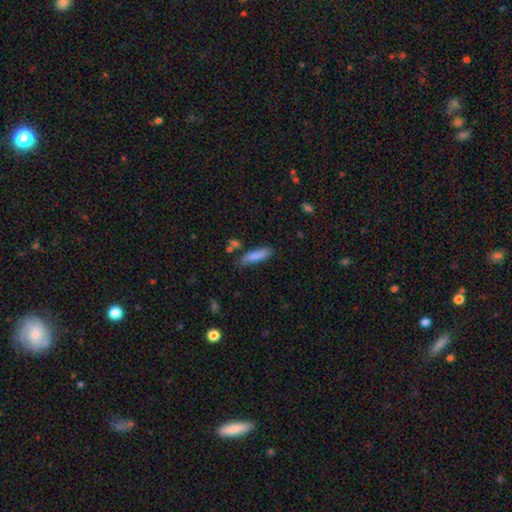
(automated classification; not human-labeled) Smooth or featured?
  - smooth: 82% *
  - featured or disk: 12%
  - star or artifact: 6%
How rounded?
  - cigar-shaped: 66% *
  - in between: 33%
  - round: 2%
Merging?
  - none: 74% *
  - minor disturbance: 17%
  - merger: 5%
  - major disturbance: 3%